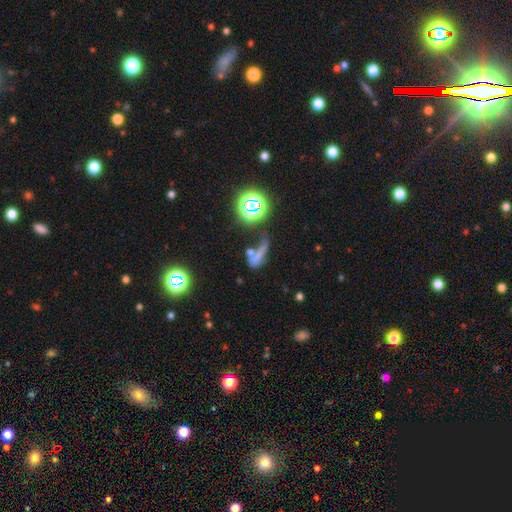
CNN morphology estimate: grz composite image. It shows a smooth galaxy with no disk features (49%). Merging: merger (37%).